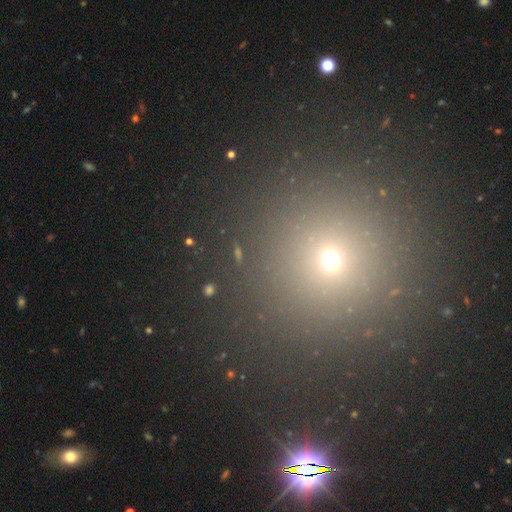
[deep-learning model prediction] smooth-or-featured: smooth: 55% | star or artifact: 38% | featured or disk: 7%
  how-rounded: round: 95% | in between: 4% | cigar-shaped: 1%
  merging: none: 90% | minor disturbance: 5% | major disturbance: 3% | merger: 2%